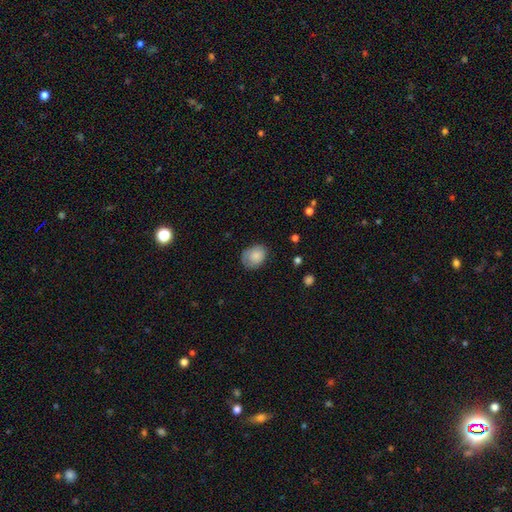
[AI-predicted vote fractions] The model was most divided on "how rounded": in between: 56%, round: 43%, cigar-shaped: 1%. More confident: smooth or featured — smooth (81%); merging — none (66%).